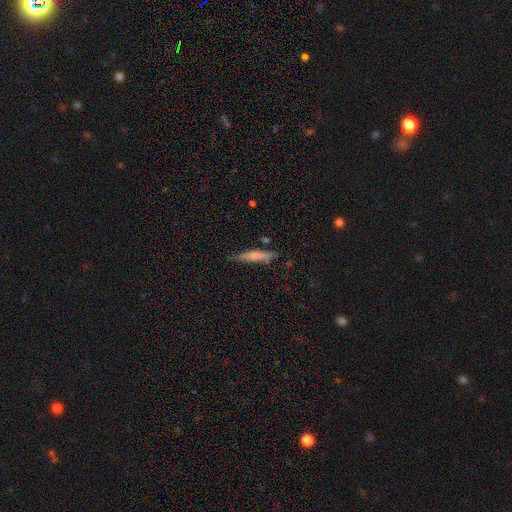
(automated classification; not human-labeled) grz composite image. It shows a smooth galaxy with no disk features (62%) that is cigar-shaped (90%). Merging: none (77%).